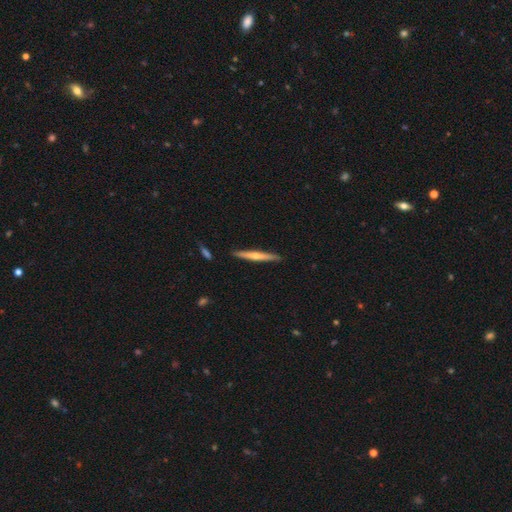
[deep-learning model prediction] smooth_or_featured: featured or disk (p=0.54) [alt: smooth p=0.41]
disk_edge_on: yes (p=0.96) [alt: no p=0.04]
edge_on_bulge: rounded (p=0.74) [alt: none p=0.23]
merging: none (p=0.90) [alt: minor disturbance p=0.07]